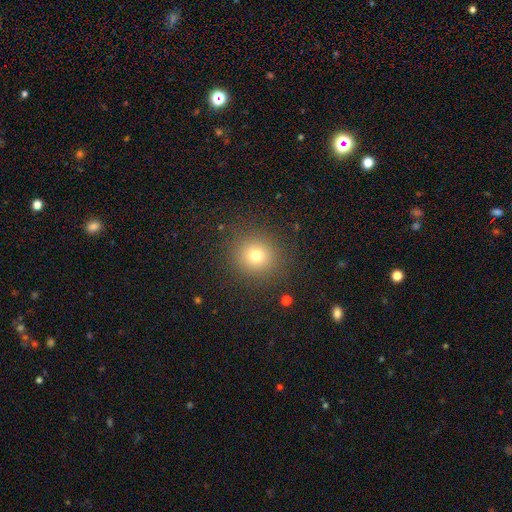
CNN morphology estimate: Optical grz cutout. It shows a smooth galaxy with no disk features (74%) that is round (89%). Merging: none (88%).